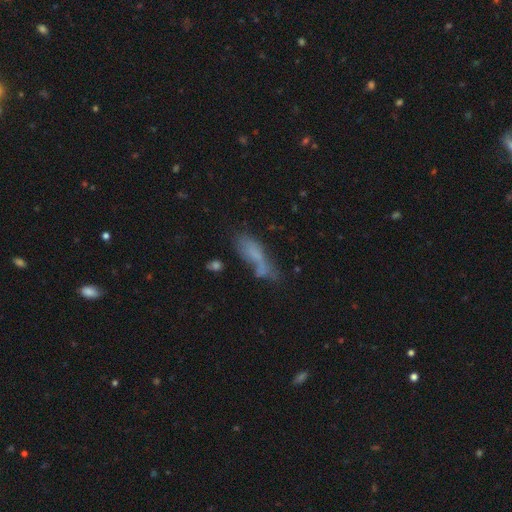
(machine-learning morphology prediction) Overall: smooth (61%; featured or disk 24%). How rounded: cigar-shaped (51%; in between 46%). Merging: none (37%; merger 23%).